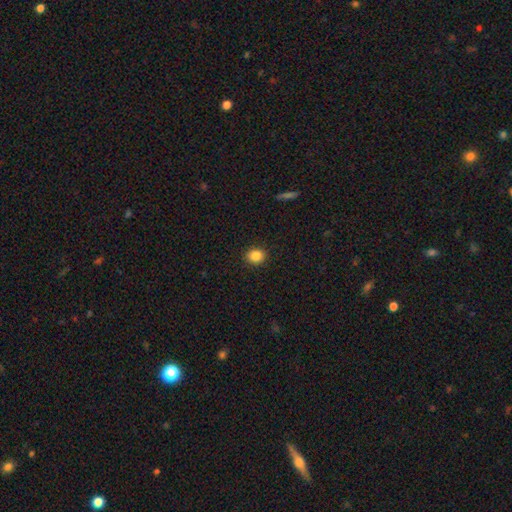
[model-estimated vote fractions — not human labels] Smooth or featured?
  - smooth: 86% *
  - star or artifact: 10%
  - featured or disk: 4%
How rounded?
  - round: 70% *
  - in between: 29%
  - cigar-shaped: 1%
Merging?
  - none: 91% *
  - minor disturbance: 6%
  - major disturbance: 2%
  - merger: 1%